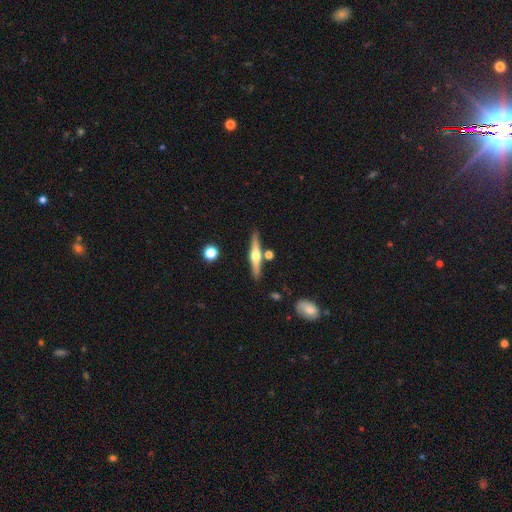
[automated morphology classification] A featured or disk galaxy (66%) viewed edge-on (97%) with a rounded central bulge (93%). Merging: none (82%).